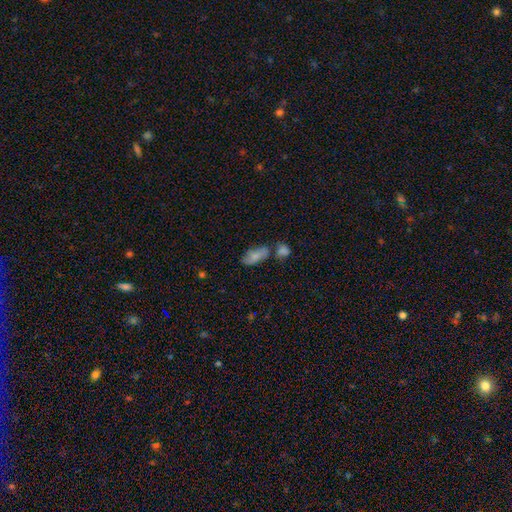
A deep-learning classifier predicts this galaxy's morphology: Overall: smooth (79%). How rounded: in between (84%). Merging: none (53%; merger 23%).